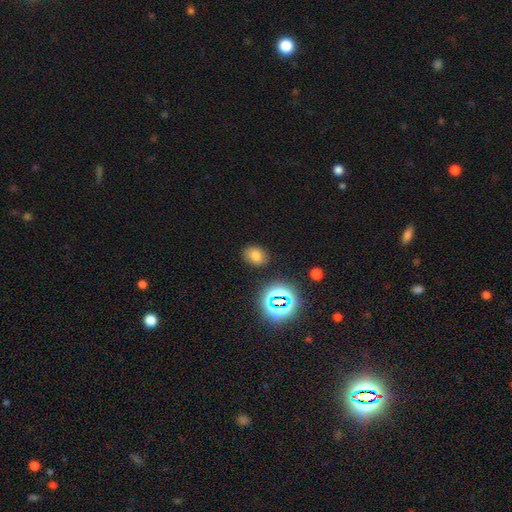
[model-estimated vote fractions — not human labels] Smooth or featured: smooth — 71% (star or artifact — 20%)
How rounded: in between — 63% (round — 36%)
Merging: none — 83% (minor disturbance — 11%)